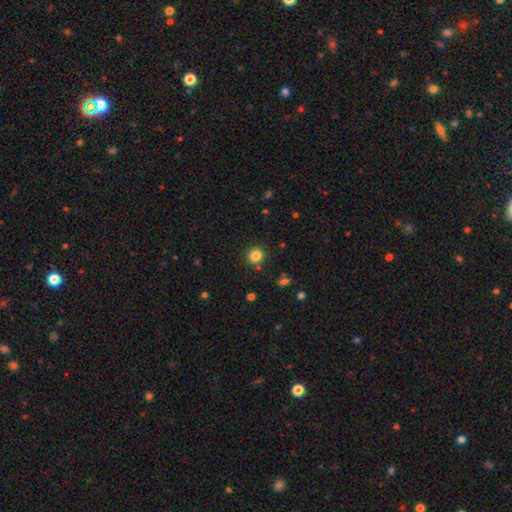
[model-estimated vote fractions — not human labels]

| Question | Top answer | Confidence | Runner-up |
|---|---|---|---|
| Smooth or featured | smooth | 83% | star or artifact (12%) |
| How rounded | round | 89% | in between (10%) |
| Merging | none | 87% | minor disturbance (7%) |